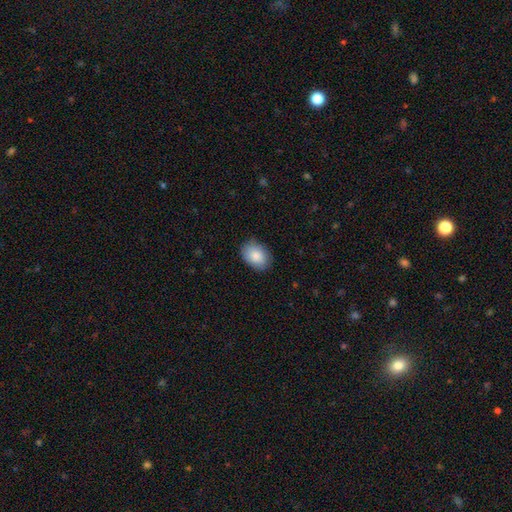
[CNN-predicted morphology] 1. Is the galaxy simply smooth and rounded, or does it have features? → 88% smooth, 6% star or artifact, 6% featured or disk.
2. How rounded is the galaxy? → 82% in between, 17% round, 1% cigar-shaped.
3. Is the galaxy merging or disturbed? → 86% none, 11% minor disturbance, 2% major disturbance, 1% merger.